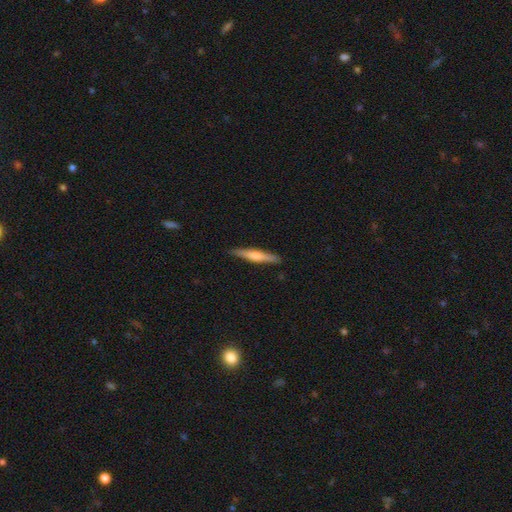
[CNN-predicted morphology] Smooth or featured? Predicted: smooth (p=0.52). How rounded? Predicted: cigar-shaped (p=0.91). Merging? Predicted: none (p=0.88).